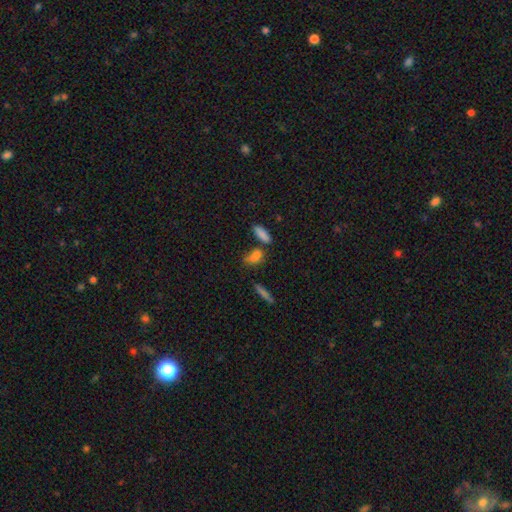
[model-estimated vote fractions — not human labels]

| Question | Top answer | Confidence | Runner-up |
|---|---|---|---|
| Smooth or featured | smooth | 77% | star or artifact (12%) |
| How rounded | in between | 66% | cigar-shaped (26%) |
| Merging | none | 52% | merger (24%) |